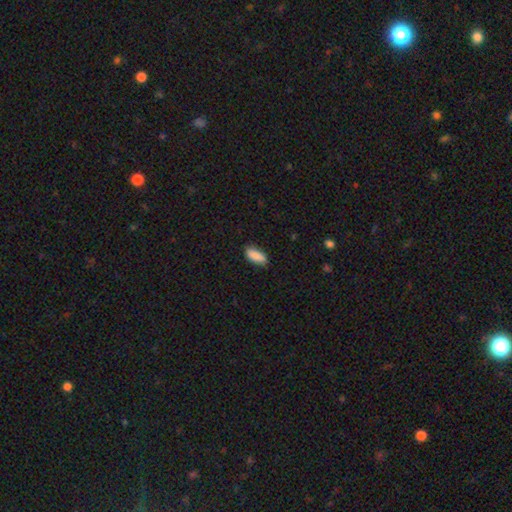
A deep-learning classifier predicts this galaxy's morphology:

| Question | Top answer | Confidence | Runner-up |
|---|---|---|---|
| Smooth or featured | smooth | 89% | star or artifact (6%) |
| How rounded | in between | 81% | cigar-shaped (17%) |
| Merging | none | 81% | minor disturbance (15%) |